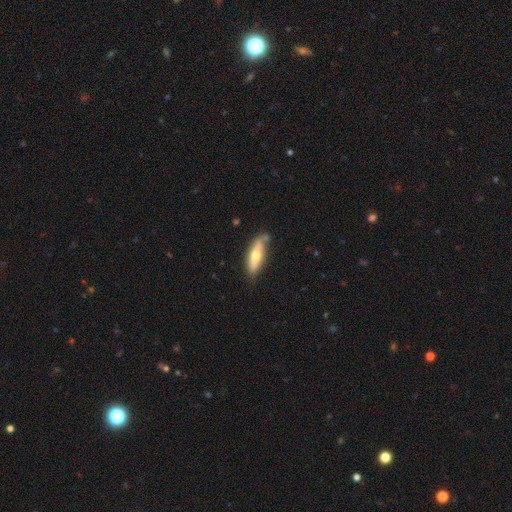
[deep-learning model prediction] Q: Smooth or featured?
A: smooth (54%); runner-up: featured or disk (41%)
Q: How rounded?
A: cigar-shaped (55%); runner-up: in between (43%)
Q: Merging?
A: none (71%); runner-up: minor disturbance (20%)